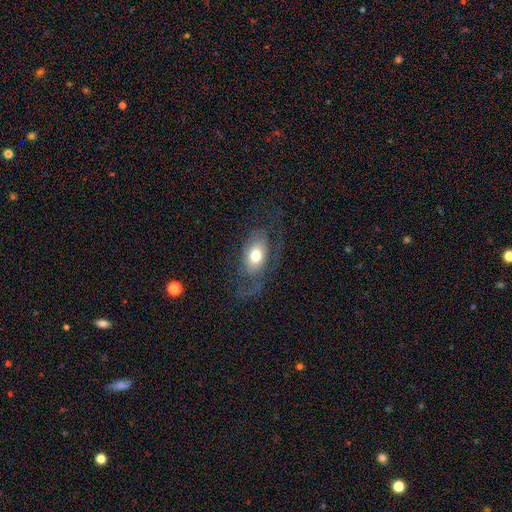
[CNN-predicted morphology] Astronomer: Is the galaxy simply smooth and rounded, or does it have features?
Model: smooth — 49% (runner-up: featured or disk, 44%).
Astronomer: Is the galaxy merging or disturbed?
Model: none — 52%.